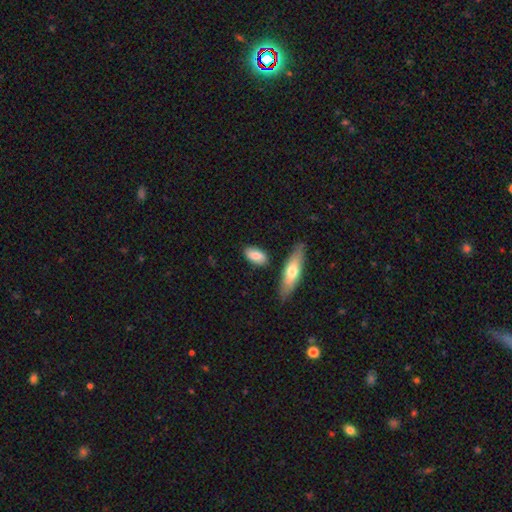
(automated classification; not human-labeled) This is likely a smooth galaxy (79%). How rounded: clearly in between (86%). Merging: likely none (80%).